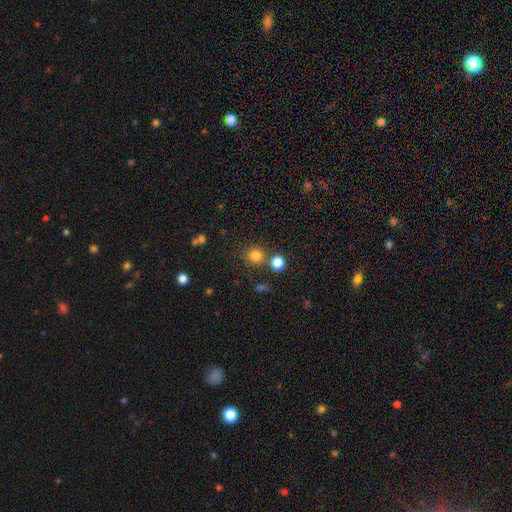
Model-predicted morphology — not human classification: A smooth galaxy with no disk features (81%) that is round (90%). Merging: none (75%).